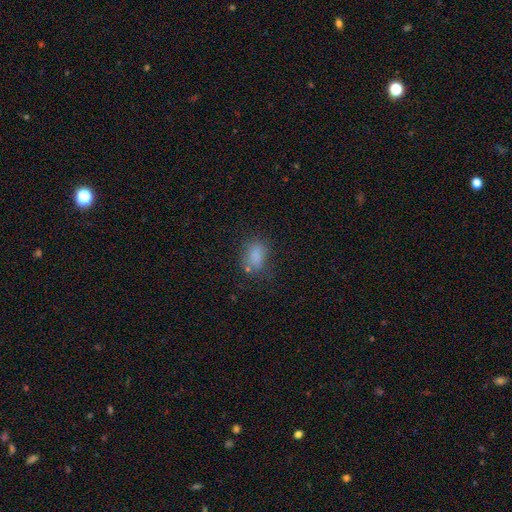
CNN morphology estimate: type=smooth (80%); roundness=in between (77%); merging=none (63%).